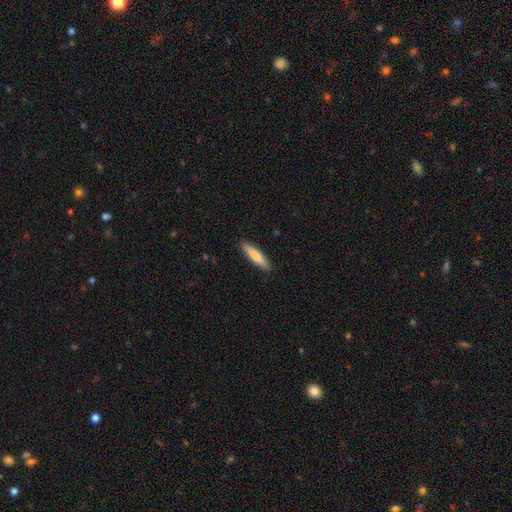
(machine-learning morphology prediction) smooth 71%, featured or disk 23%, star or artifact 5%. Down the decision tree: how rounded — cigar-shaped (81%); merging — none (90%).